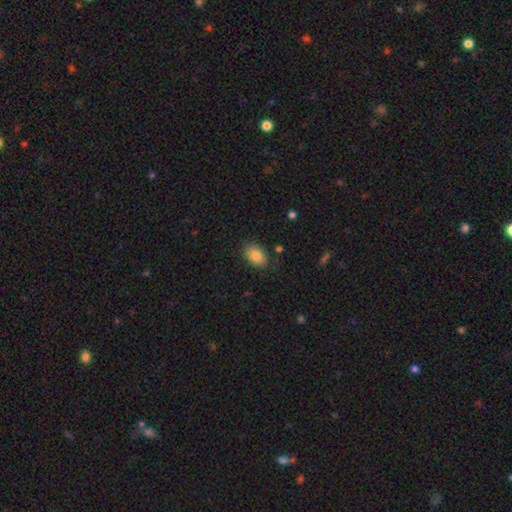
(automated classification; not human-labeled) This appears to be a smooth galaxy with no disk features (84%) that is in between round and cigar-shaped (85%). Merging: none (81%).